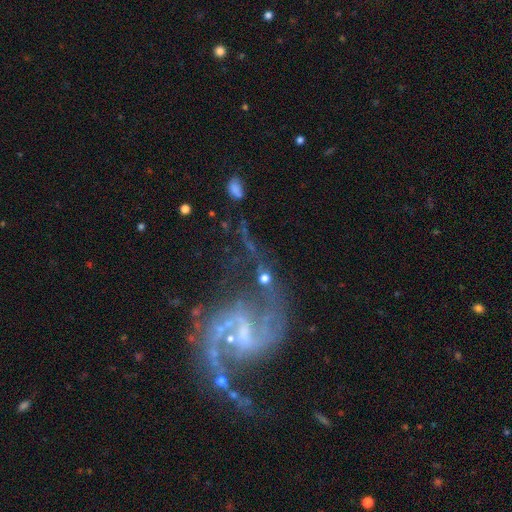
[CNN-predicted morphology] smooth-or-featured: featured or disk: 91% | star or artifact: 6% | smooth: 3%
  disk-edge-on: no: 98% | yes: 2%
    bar: weak: 54% | strong: 26% | no: 20%
    has-spiral-arms: yes: 97% | no: 3%
      spiral-winding: loose: 49% | medium: 41% | tight: 9%
      spiral-arm-count: 2: 92% | can't tell: 2% | 1: 2% | 3: 2% | 4: 1% | more than 4: 1%
    bulge-size: small: 52% | none: 29% | moderate: 15% | large: 2% | dominant: 1%
  merging: none: 55% | major disturbance: 19% | minor disturbance: 17% | merger: 8%